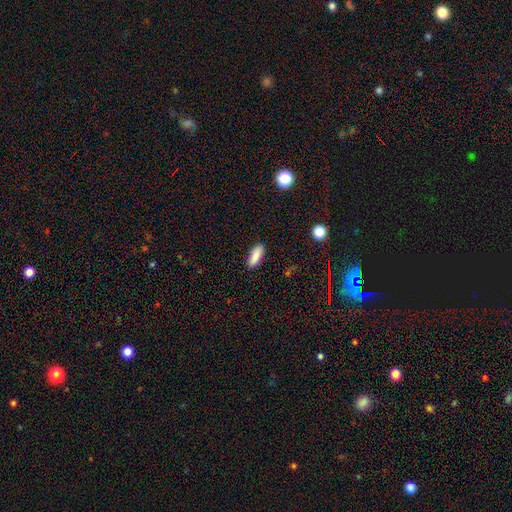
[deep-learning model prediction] Morphology: type=smooth (87%); roundness=in between (55%); merging=none (88%).